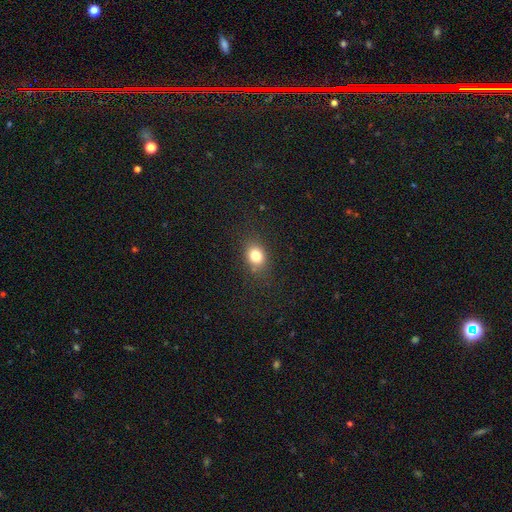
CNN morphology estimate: Smooth or featured? Predicted: smooth (p=0.80). How rounded? Predicted: round (p=0.50). Merging? Predicted: none (p=0.81).